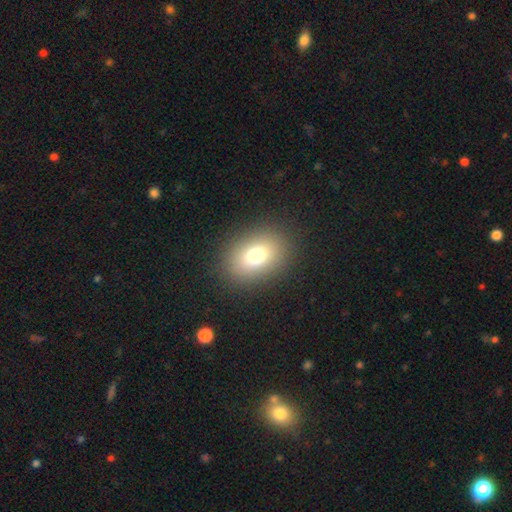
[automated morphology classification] This is likely a smooth galaxy (75%). How rounded: likely in between (67%). Merging: clearly none (88%).